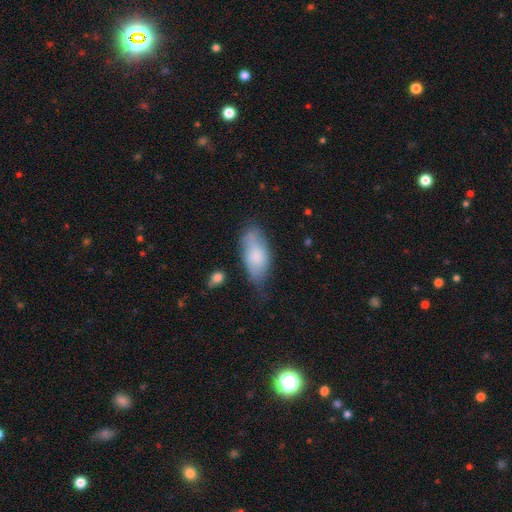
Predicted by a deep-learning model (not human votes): Smooth or featured: smooth — 77% (featured or disk — 16%)
How rounded: in between — 88% (cigar-shaped — 9%)
Merging: none — 48% (minor disturbance — 36%)